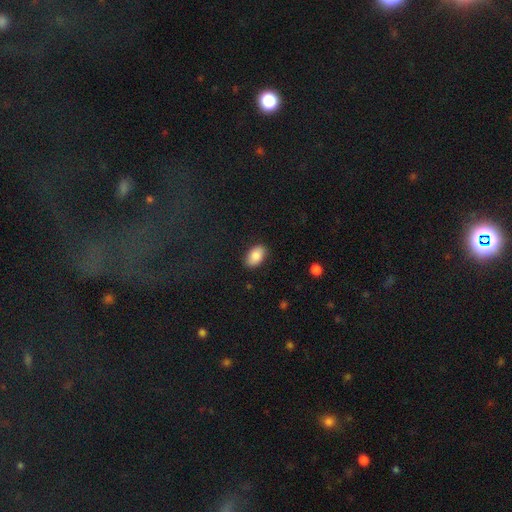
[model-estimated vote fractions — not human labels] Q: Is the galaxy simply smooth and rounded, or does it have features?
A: smooth — 86%.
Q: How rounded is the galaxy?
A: in between — 93%.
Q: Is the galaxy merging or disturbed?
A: none — 86%.